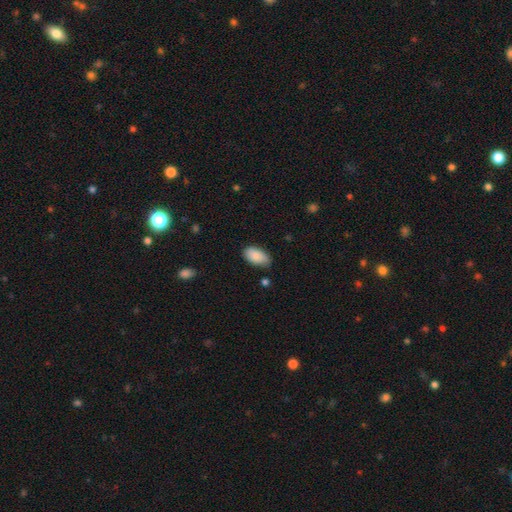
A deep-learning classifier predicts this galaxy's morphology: This is clearly a smooth galaxy (88%). How rounded: clearly in between (95%). Merging: likely none (74%).